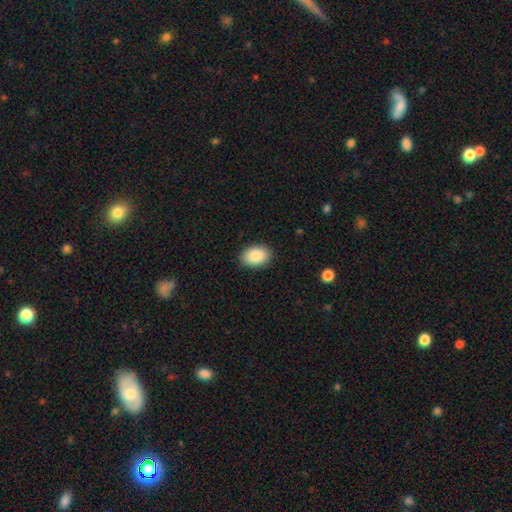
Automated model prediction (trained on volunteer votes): The model was most divided on "how rounded": in between: 84%, round: 15%, cigar-shaped: 1%. More confident: smooth or featured — smooth (89%); merging — none (89%).